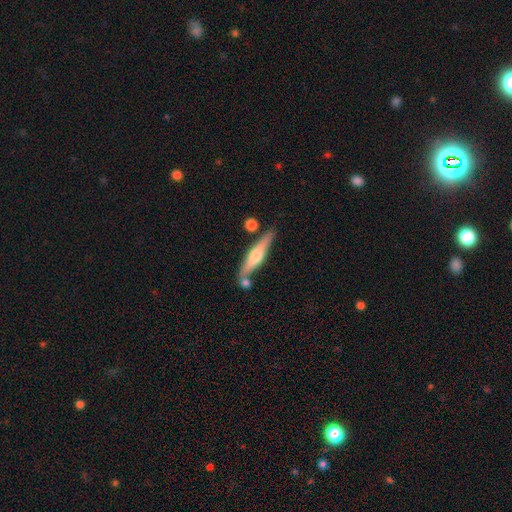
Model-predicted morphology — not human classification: This is possibly a featured or disk galaxy (59%). It is clearly viewed edge-on (95%). Edge-on bulge: clearly rounded (88%). Merging: likely none (72%).